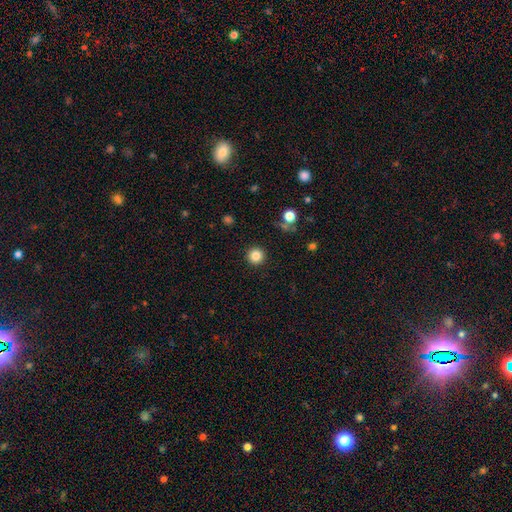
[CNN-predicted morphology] Smooth or featured?
  - smooth: 84% *
  - star or artifact: 12%
  - featured or disk: 4%
How rounded?
  - round: 96% *
  - in between: 3%
  - cigar-shaped: 1%
Merging?
  - none: 92% *
  - minor disturbance: 5%
  - major disturbance: 2%
  - merger: 1%